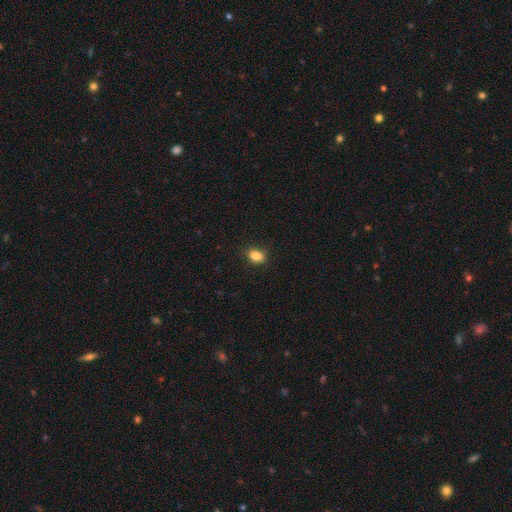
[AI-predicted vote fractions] Smooth or featured: smooth — 85% (star or artifact — 10%)
How rounded: in between — 71% (round — 27%)
Merging: none — 82% (minor disturbance — 14%)